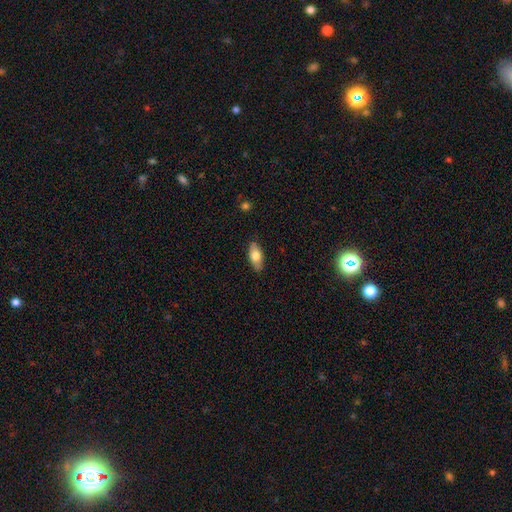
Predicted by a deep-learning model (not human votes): This is likely a smooth galaxy (69%). How rounded: clearly in between (85%). Merging: clearly none (86%).